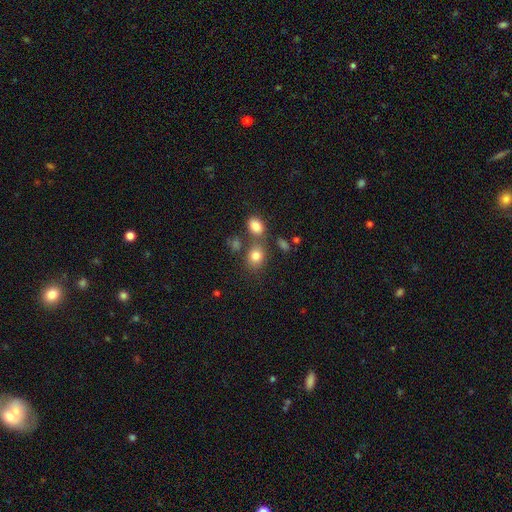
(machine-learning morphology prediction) type=smooth (80%); roundness=round (50%); merging=none (60%).